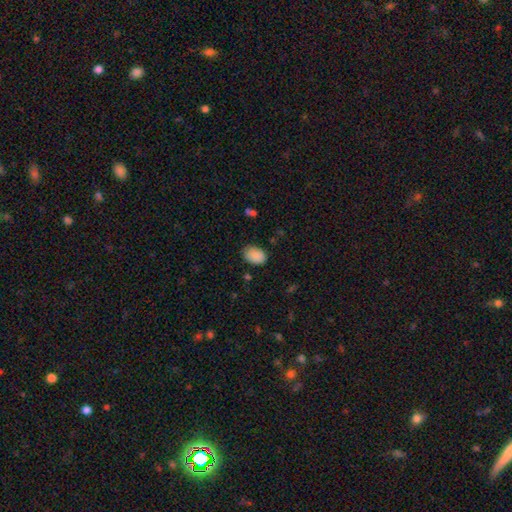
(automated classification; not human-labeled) smooth-or-featured: smooth: 88% | star or artifact: 8% | featured or disk: 4%
  how-rounded: in between: 81% | round: 18% | cigar-shaped: 1%
  merging: none: 75% | minor disturbance: 20% | major disturbance: 4% | merger: 1%